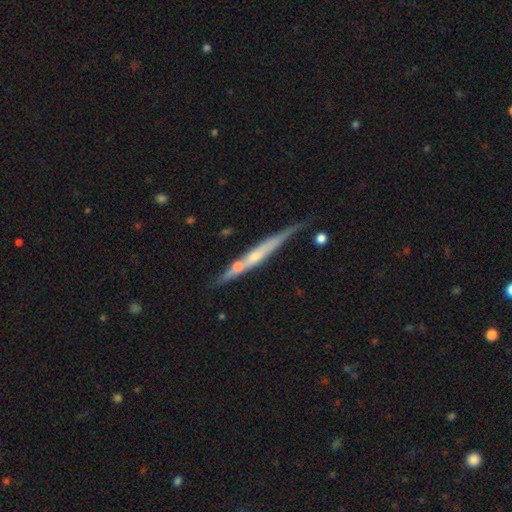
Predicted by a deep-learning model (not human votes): Q: Smooth or featured?
A: featured or disk (62%); runner-up: smooth (31%)
Q: Edge-on disk?
A: yes (94%); runner-up: no (6%)
Q: Edge-on bulge?
A: rounded (48%); runner-up: none (44%)
Q: Merging?
A: none (62%); runner-up: minor disturbance (20%)